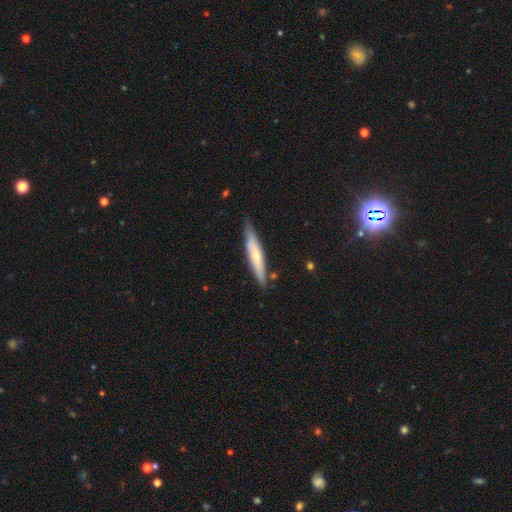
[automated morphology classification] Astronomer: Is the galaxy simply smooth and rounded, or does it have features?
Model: smooth — 56% (runner-up: featured or disk, 39%).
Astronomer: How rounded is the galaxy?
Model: cigar-shaped — 90%.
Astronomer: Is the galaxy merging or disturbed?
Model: none — 81%.